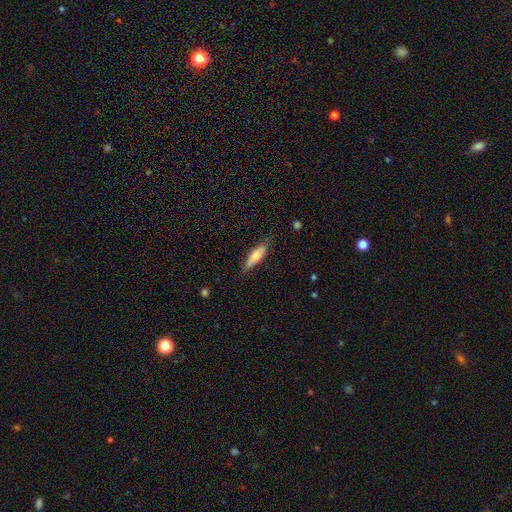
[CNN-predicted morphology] Smooth or featured? Predicted: smooth (p=0.67). How rounded? Predicted: cigar-shaped (p=0.55). Merging? Predicted: none (p=0.80).